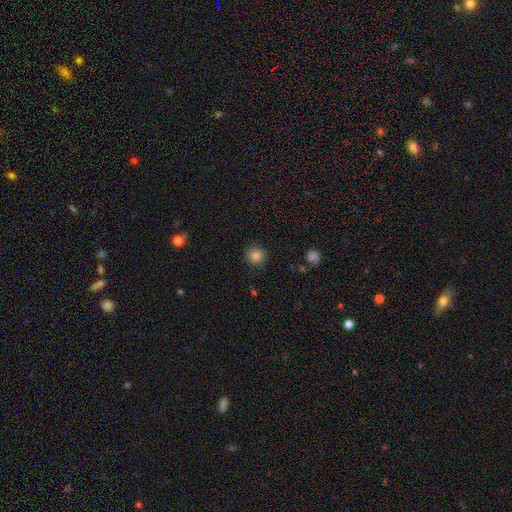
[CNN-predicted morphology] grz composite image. It shows a smooth galaxy with no disk features (81%) that is round (92%). Merging: none (90%).